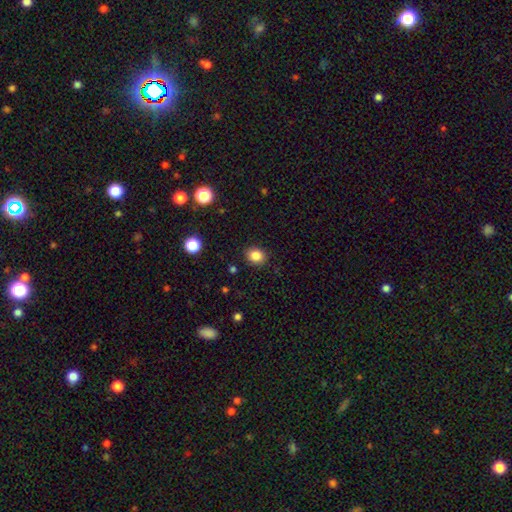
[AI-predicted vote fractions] Smooth or featured?
  - smooth: 84% *
  - star or artifact: 11%
  - featured or disk: 5%
How rounded?
  - round: 67% *
  - in between: 33%
  - cigar-shaped: 1%
Merging?
  - none: 89% *
  - minor disturbance: 7%
  - major disturbance: 2%
  - merger: 1%